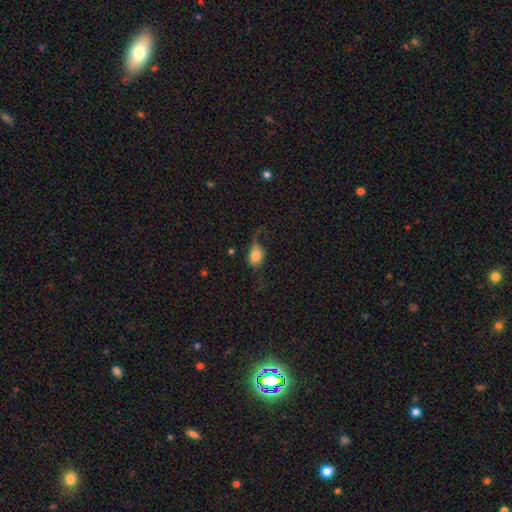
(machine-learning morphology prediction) Overall: smooth (71%). How rounded: in between (65%; round 33%). Merging: none (39%; major disturbance 32%).